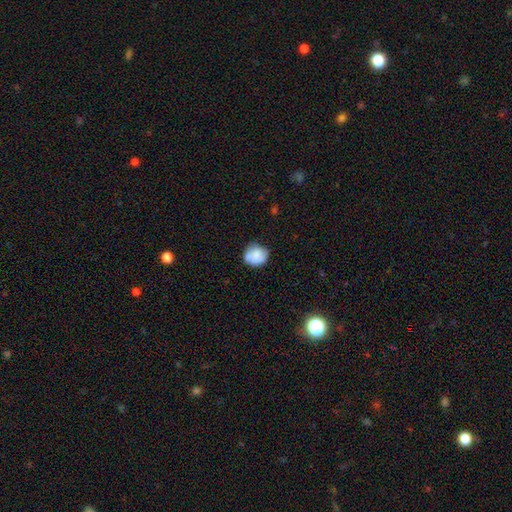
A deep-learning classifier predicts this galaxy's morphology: Overall: smooth (79%). How rounded: round (81%). Merging: none (65%).